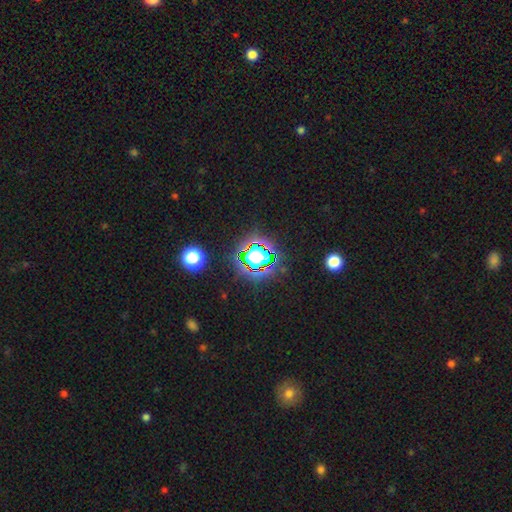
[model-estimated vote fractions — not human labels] The model was most divided on "smooth or featured": star or artifact: 79%, smooth: 14%, featured or disk: 8%.